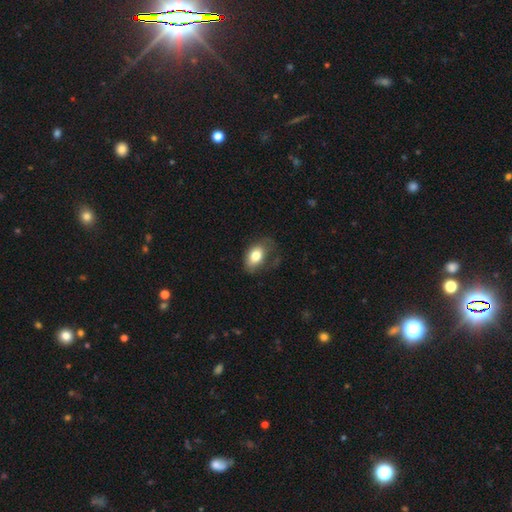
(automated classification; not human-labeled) This is likely a smooth galaxy (76%). How rounded: clearly in between (86%). Merging: possibly none (47%).